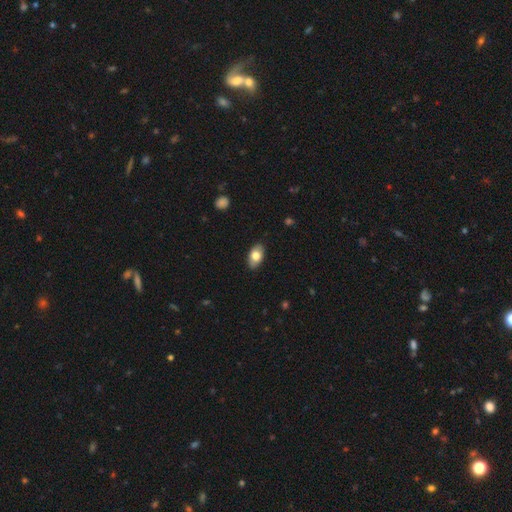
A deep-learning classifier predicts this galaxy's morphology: This appears to be a smooth galaxy with no disk features (75%) that is in between round and cigar-shaped (92%). Merging: none (86%).